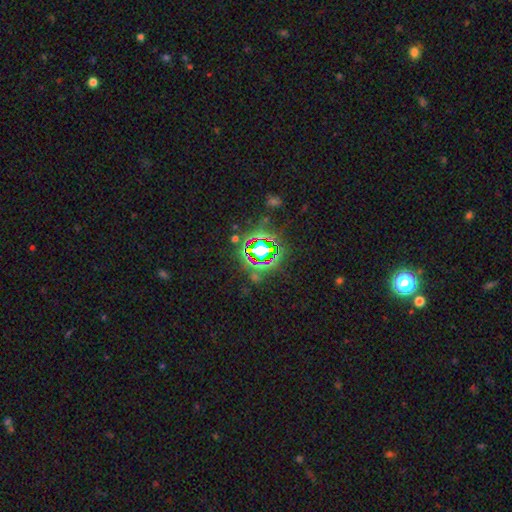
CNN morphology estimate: smooth-or-featured: star or artifact: 81% | smooth: 11% | featured or disk: 8%